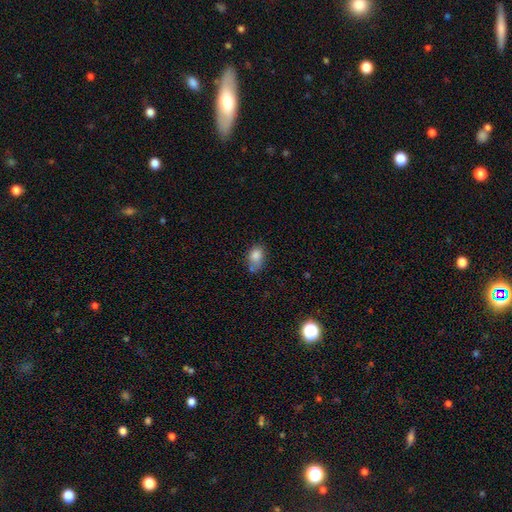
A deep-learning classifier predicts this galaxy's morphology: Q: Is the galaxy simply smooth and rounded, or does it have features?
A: smooth — 81%.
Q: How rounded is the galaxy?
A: in between — 79%.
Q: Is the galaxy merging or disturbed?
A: none — 48%.